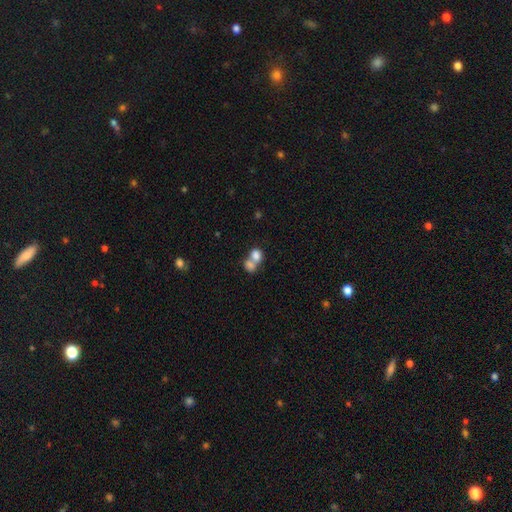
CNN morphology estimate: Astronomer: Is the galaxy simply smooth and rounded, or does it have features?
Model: smooth — 78%.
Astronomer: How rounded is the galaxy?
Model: round — 50% (runner-up: in between, 49%).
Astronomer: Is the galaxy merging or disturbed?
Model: merger — 66%.